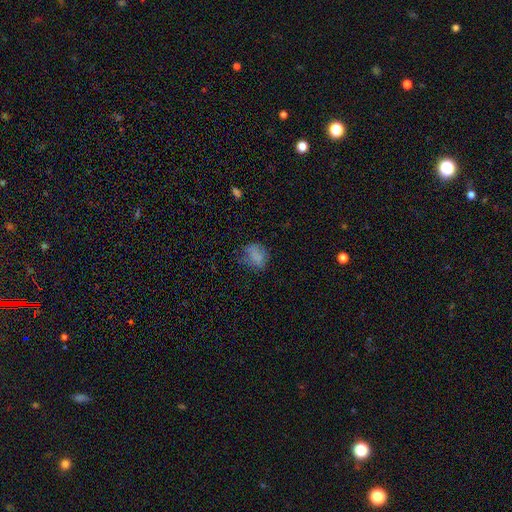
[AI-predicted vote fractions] Overall: smooth (72%). How rounded: in between (57%; round 41%). Merging: none (56%; minor disturbance 26%).